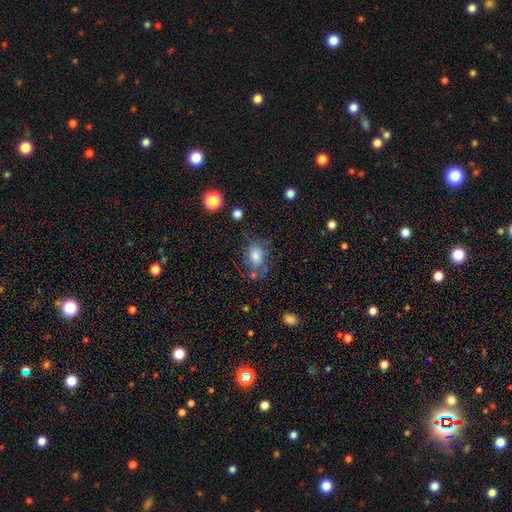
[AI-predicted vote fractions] This appears to be a smooth galaxy with no disk features (72%) that is in between round and cigar-shaped (66%). Merging: none (57%).